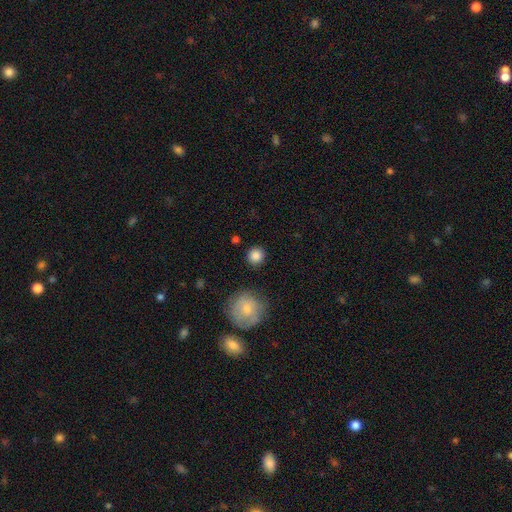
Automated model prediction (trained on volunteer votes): smooth_or_featured: smooth (p=0.85) [alt: star or artifact p=0.10]
how_rounded: round (p=0.94) [alt: in between p=0.05]
merging: none (p=0.88) [alt: minor disturbance p=0.07]